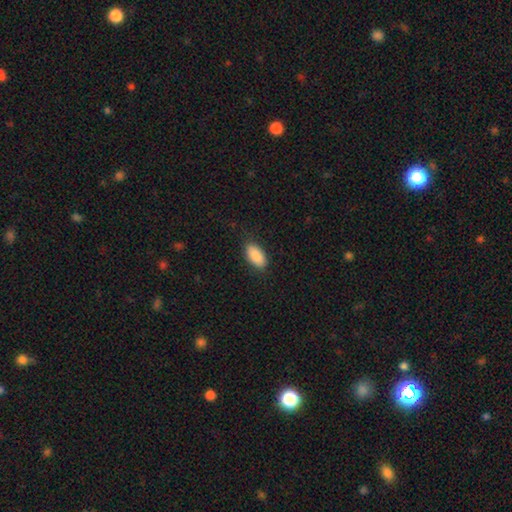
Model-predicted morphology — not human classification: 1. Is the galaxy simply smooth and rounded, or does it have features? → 90% smooth, 6% star or artifact, 4% featured or disk.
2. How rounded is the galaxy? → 94% in between, 3% cigar-shaped, 3% round.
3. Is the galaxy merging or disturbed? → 86% none, 11% minor disturbance, 3% major disturbance, 1% merger.